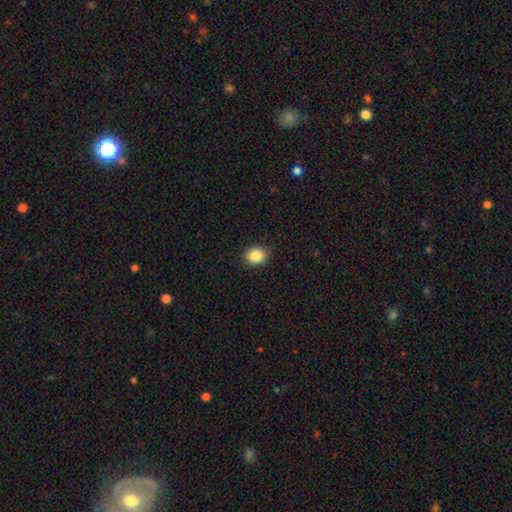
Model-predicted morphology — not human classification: Overall: smooth (86%). How rounded: round (67%; in between 32%). Merging: none (89%).